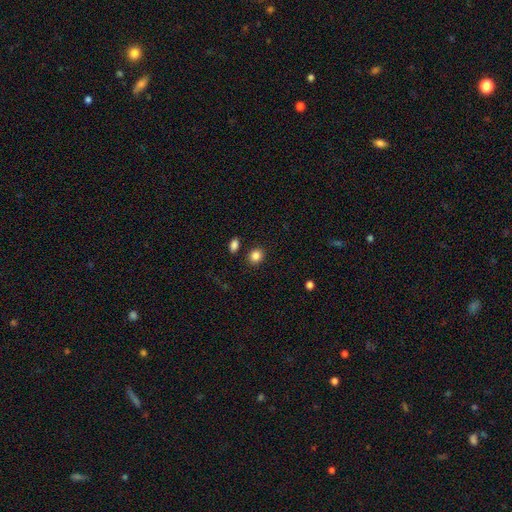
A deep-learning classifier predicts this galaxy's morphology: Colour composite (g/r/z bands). It shows a smooth galaxy with no disk features (85%) that is round (69%). Merging: none (86%).